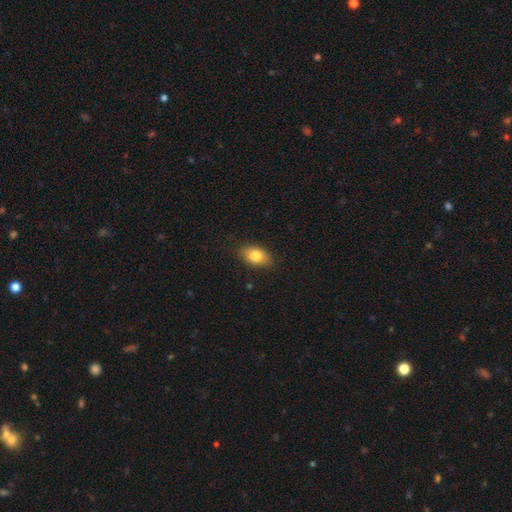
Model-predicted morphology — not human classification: Smooth or featured? Predicted: smooth (p=0.81). How rounded? Predicted: in between (p=0.87). Merging? Predicted: none (p=0.86).